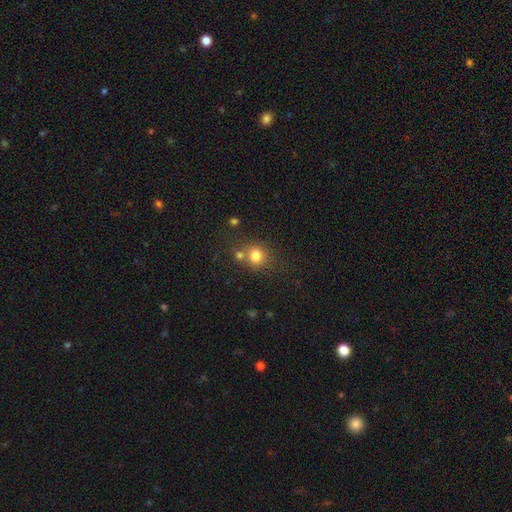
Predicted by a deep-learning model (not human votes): Q: Smooth or featured?
A: smooth (78%); runner-up: star or artifact (13%)
Q: How rounded?
A: round (85%); runner-up: in between (14%)
Q: Merging?
A: none (62%); runner-up: merger (24%)